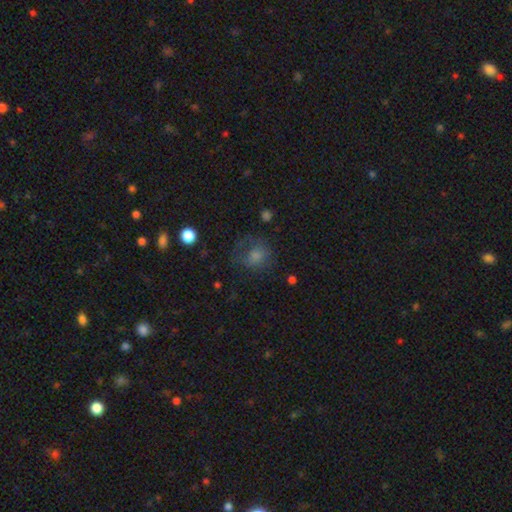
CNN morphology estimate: Smooth or featured?
  - smooth: 57% *
  - featured or disk: 22%
  - star or artifact: 22%
How rounded?
  - round: 66% *
  - in between: 33%
  - cigar-shaped: 1%
Merging?
  - none: 51% *
  - major disturbance: 25%
  - minor disturbance: 22%
  - merger: 2%